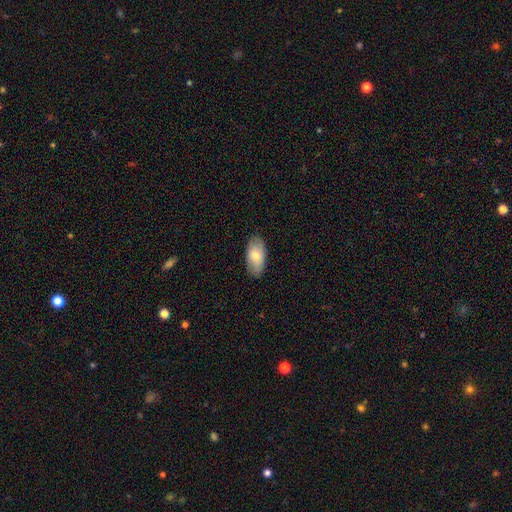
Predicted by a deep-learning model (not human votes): Smooth or featured? Predicted: smooth (p=0.74). How rounded? Predicted: in between (p=0.93). Merging? Predicted: none (p=0.86).